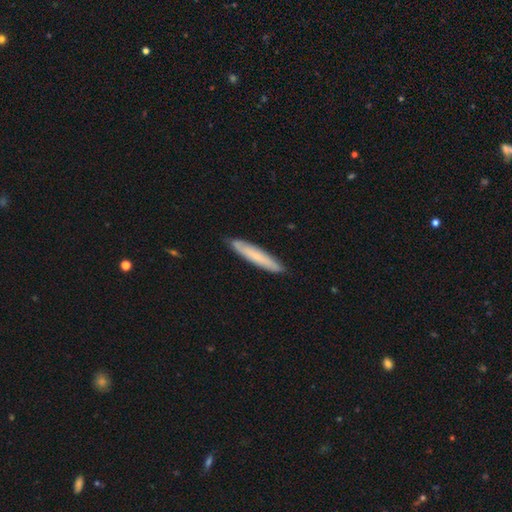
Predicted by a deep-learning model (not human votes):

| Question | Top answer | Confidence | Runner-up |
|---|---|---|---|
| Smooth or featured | smooth | 63% | featured or disk (31%) |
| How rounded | cigar-shaped | 90% | in between (8%) |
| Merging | none | 86% | minor disturbance (11%) |